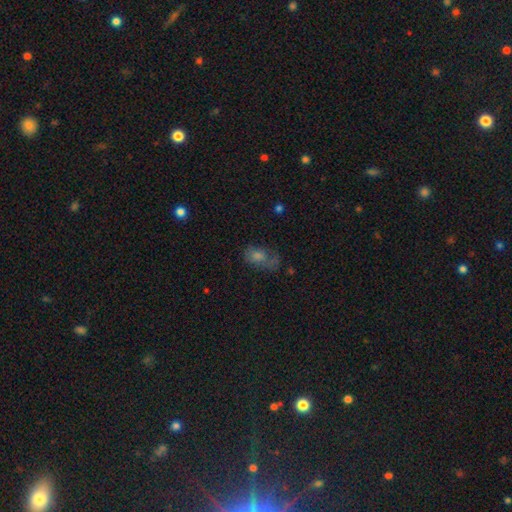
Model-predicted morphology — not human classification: smooth-or-featured: smooth: 50% | featured or disk: 32% | star or artifact: 19%
  merging: none: 44% | major disturbance: 27% | minor disturbance: 25% | merger: 4%